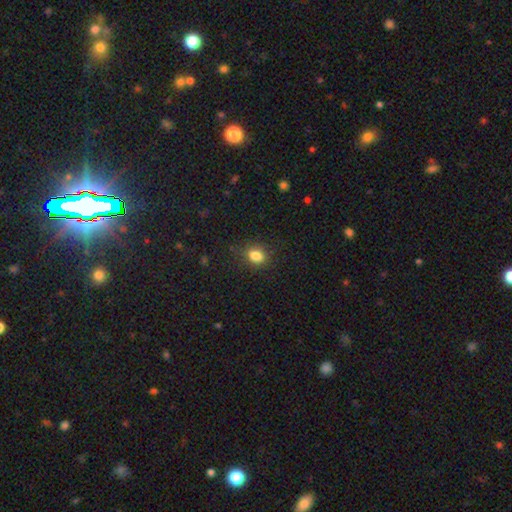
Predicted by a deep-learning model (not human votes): A smooth galaxy with no disk features (84%) that is in between round and cigar-shaped (61%).

Vote fractions:
- Smooth or featured? smooth: 84% / star or artifact: 11% / featured or disk: 5%
- How rounded? in between: 61% / round: 37% / cigar-shaped: 1%
- Merging? none: 81% / minor disturbance: 14% / major disturbance: 4% / merger: 1%